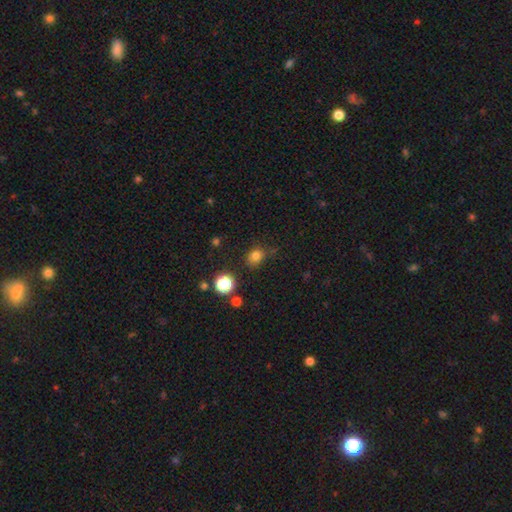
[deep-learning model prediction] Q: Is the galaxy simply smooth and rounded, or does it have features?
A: smooth — 78%.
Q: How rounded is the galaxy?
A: round — 56%.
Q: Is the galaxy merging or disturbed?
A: none — 71%.